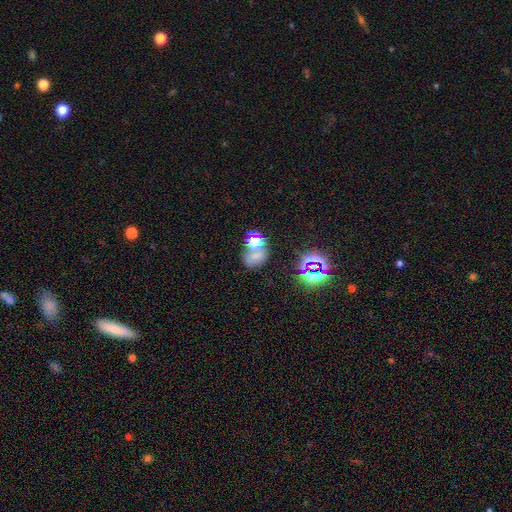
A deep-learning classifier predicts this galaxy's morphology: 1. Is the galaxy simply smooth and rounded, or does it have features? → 54% smooth, 32% star or artifact, 14% featured or disk.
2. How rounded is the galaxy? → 62% in between, 37% round, 1% cigar-shaped.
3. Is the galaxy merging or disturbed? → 45% none, 29% merger, 16% minor disturbance, 10% major disturbance.